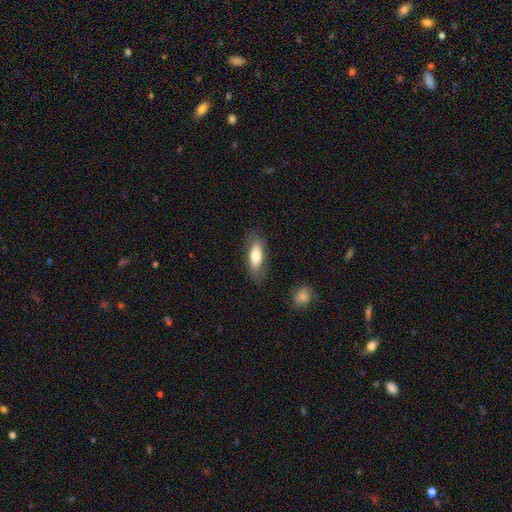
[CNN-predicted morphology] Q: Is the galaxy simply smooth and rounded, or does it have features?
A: smooth — 72%.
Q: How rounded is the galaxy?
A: in between — 66%.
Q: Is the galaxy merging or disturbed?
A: none — 80%.